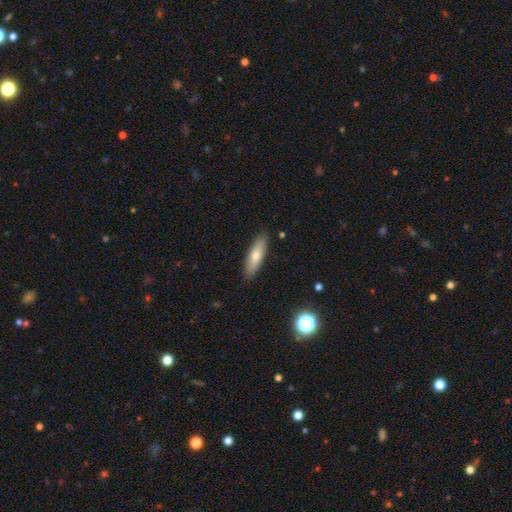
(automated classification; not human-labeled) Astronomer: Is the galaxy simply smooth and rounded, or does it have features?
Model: smooth — 70%.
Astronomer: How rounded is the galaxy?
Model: cigar-shaped — 60% (runner-up: in between, 38%).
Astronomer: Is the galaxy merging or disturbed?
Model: none — 88%.